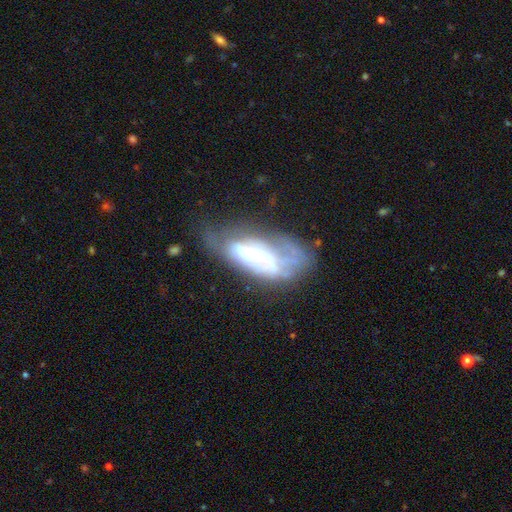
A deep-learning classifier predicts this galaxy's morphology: smooth_or_featured: featured or disk (p=0.62) [alt: smooth p=0.28]
disk_edge_on: no (p=0.87) [alt: yes p=0.13]
bar: no (p=0.55) [alt: weak p=0.25]
has_spiral_arms: no (p=0.58) [alt: yes p=0.42]
bulge_size: moderate (p=0.32) [alt: small p=0.29]
merging: major disturbance (p=0.34) [alt: none p=0.32]